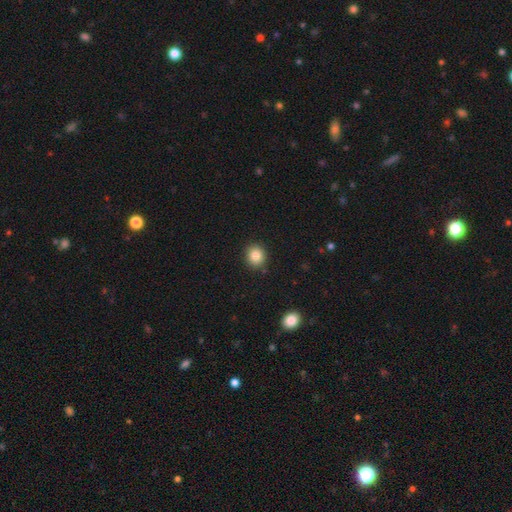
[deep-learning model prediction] Smooth or featured? smooth (84%)
How rounded? round (83%)
Merging? none (90%)